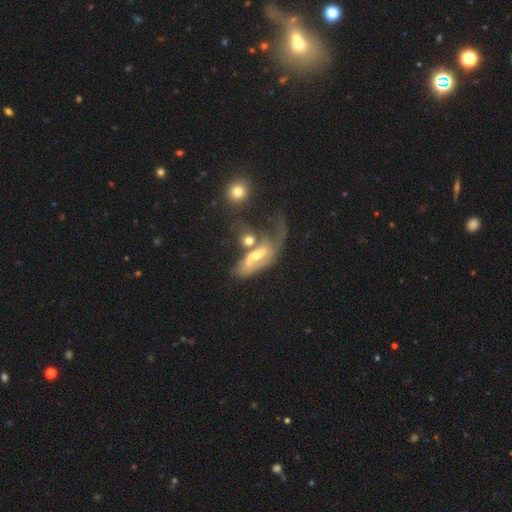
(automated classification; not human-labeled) Smooth or featured: featured or disk — 67% (smooth — 25%)
Edge-on disk: no — 85% (yes — 15%)
Bar: weak — 38% (no — 34%)
Spiral arms: yes — 72% (no — 28%)
Bulge size: moderate — 58% (small — 30%)
Merging: merger — 37% (major disturbance — 35%)